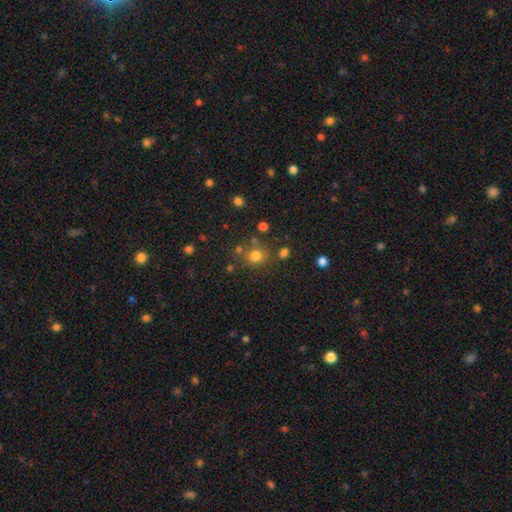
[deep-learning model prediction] smooth 75%, star or artifact 17%, featured or disk 8%. Down the decision tree: how rounded — round (81%); merging — none (70%).